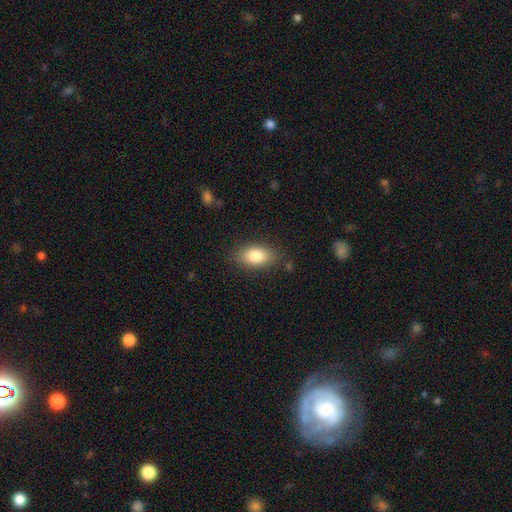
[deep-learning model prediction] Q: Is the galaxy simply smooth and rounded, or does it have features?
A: smooth — 83%.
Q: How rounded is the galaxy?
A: in between — 90%.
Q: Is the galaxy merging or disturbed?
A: none — 83%.